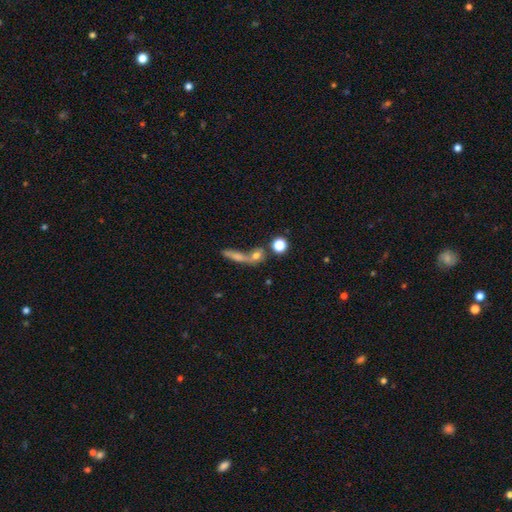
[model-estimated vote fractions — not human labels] Smooth or featured: smooth — 65% (featured or disk — 19%)
How rounded: round — 54% (in between — 26%)
Merging: merger — 42% (none — 39%)